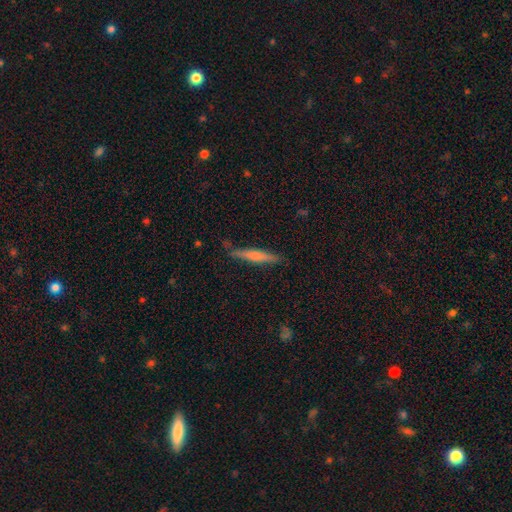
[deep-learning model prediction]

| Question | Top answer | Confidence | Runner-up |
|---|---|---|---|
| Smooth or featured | smooth | 55% | featured or disk (39%) |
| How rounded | cigar-shaped | 93% | in between (6%) |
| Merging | none | 83% | minor disturbance (12%) |